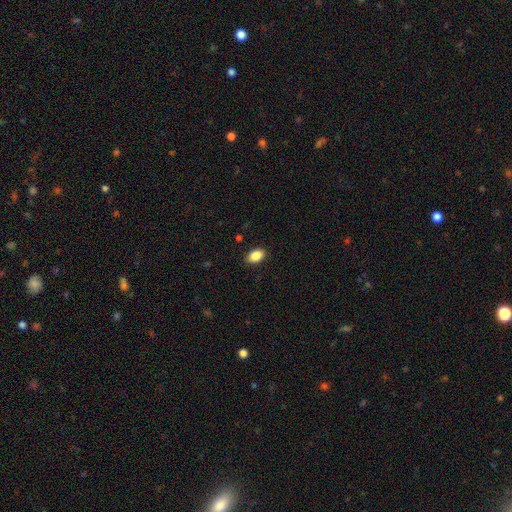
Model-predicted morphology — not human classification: smooth 88%, star or artifact 8%, featured or disk 4%. Down the decision tree: how rounded — in between (88%); merging — none (89%).